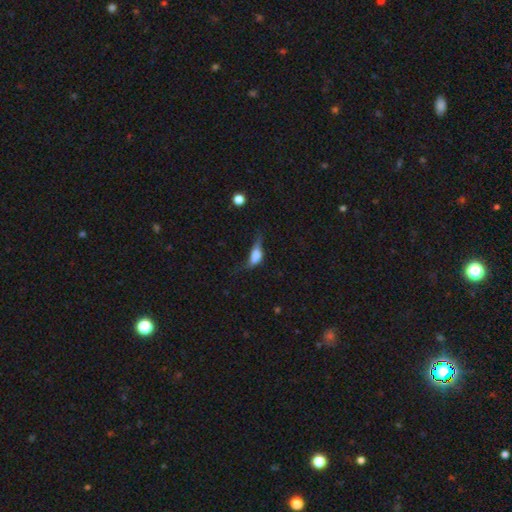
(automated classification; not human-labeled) This appears to be a smooth galaxy with no disk features (61%) that is in between round and cigar-shaped (74%). Merging: major disturbance (40%).